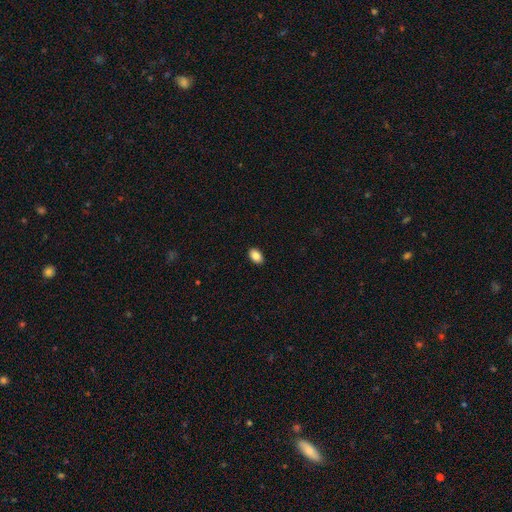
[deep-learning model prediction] Smooth or featured?
  - smooth: 87% *
  - star or artifact: 8%
  - featured or disk: 5%
How rounded?
  - in between: 88% *
  - round: 11%
  - cigar-shaped: 1%
Merging?
  - none: 91% *
  - minor disturbance: 7%
  - major disturbance: 2%
  - merger: 1%